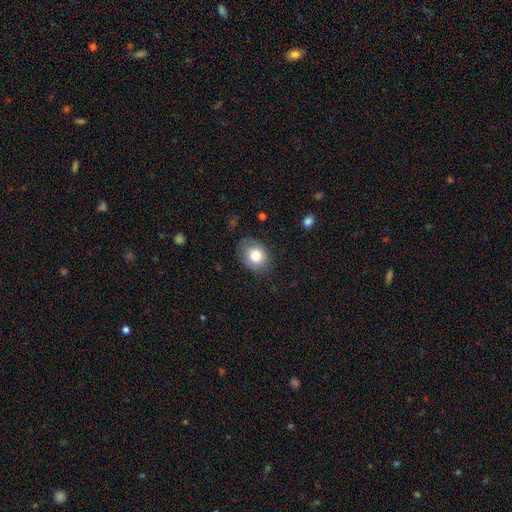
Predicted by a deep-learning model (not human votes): A smooth galaxy with no disk features (79%) that is in between round and cigar-shaped (55%). Merging: none (74%).